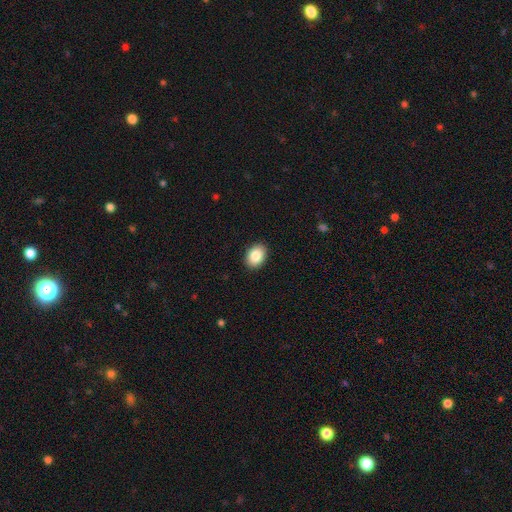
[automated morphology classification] Smooth or featured? smooth (86%)
How rounded? in between (72%)
Merging? none (90%)